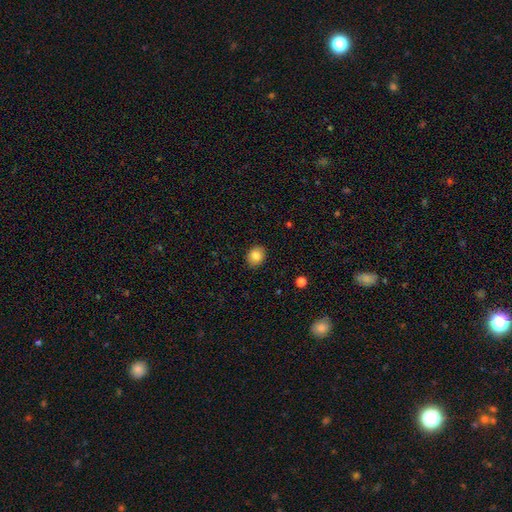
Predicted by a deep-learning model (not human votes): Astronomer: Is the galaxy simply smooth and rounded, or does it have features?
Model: smooth — 84%.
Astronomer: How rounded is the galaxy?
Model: round — 62% (runner-up: in between, 37%).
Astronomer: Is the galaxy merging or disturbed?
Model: none — 90%.